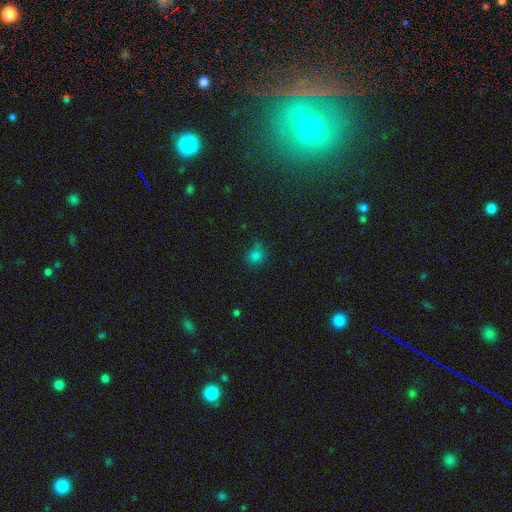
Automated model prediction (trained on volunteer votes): Morphology: type=smooth (78%); roundness=round (74%); merging=none (71%).